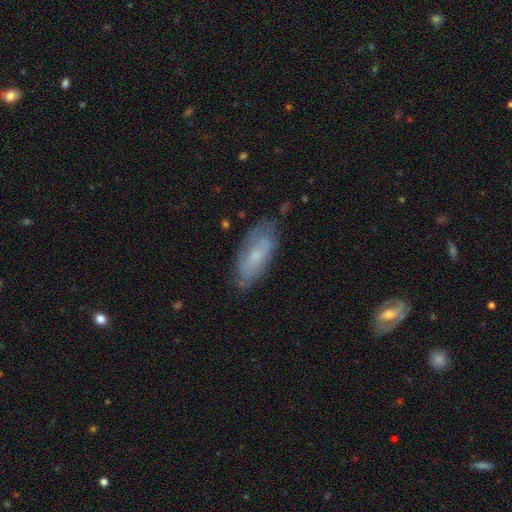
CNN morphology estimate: This appears to be a smooth galaxy with no disk features (50%) that is in between round and cigar-shaped (78%). Merging: none (70%).